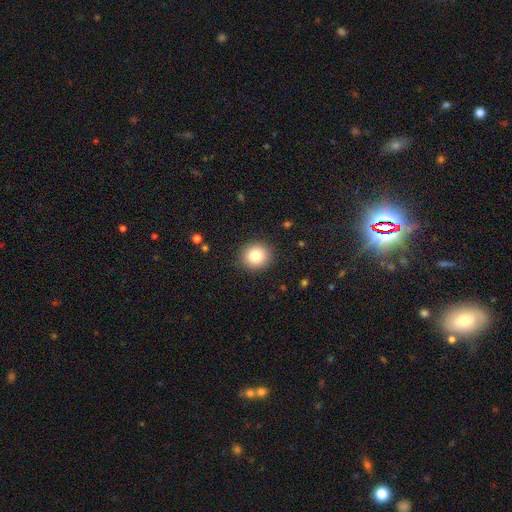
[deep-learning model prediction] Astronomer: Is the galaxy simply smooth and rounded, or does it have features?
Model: smooth — 81%.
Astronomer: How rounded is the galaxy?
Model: round — 88%.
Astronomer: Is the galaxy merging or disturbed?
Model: none — 91%.